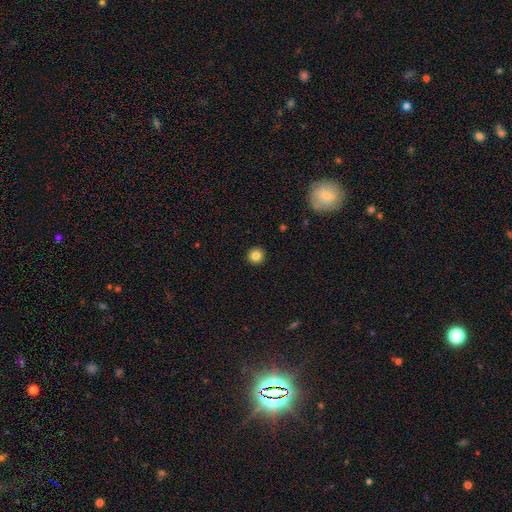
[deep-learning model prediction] Q: Smooth or featured?
A: smooth (83%); runner-up: star or artifact (11%)
Q: How rounded?
A: round (94%); runner-up: in between (5%)
Q: Merging?
A: none (93%); runner-up: minor disturbance (4%)